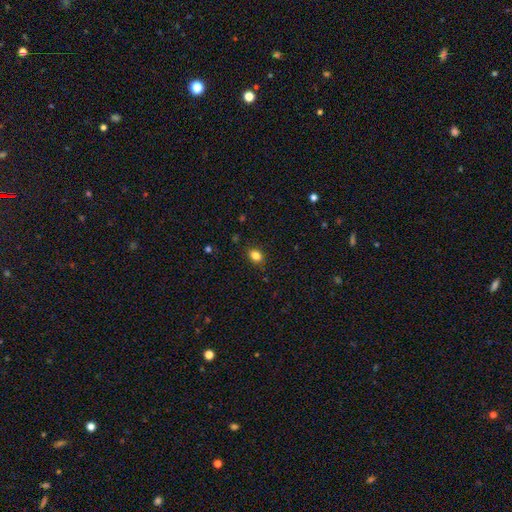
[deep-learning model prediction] Q: Smooth or featured?
A: smooth (84%); runner-up: star or artifact (11%)
Q: How rounded?
A: in between (54%); runner-up: round (45%)
Q: Merging?
A: none (87%); runner-up: minor disturbance (9%)